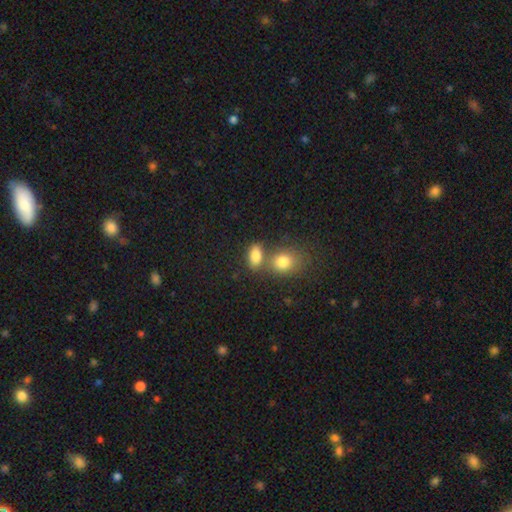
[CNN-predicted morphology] smooth_or_featured: smooth (p=0.82) [alt: star or artifact p=0.10]
how_rounded: in between (p=0.83) [alt: round p=0.14]
merging: none (p=0.51) [alt: merger p=0.34]